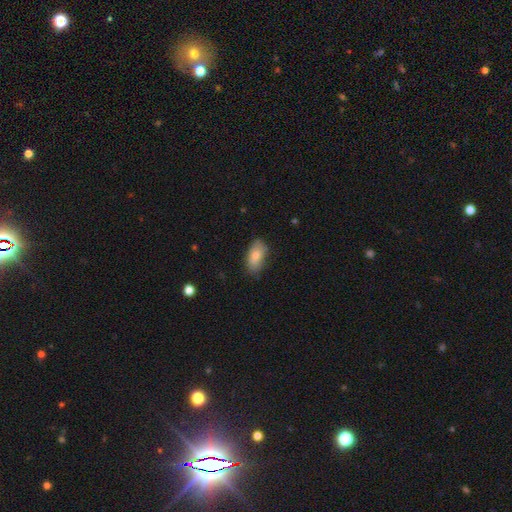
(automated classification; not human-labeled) A smooth galaxy with no disk features (79%) that is in between round and cigar-shaped (92%).

Vote fractions:
- Smooth or featured? smooth: 79% / featured or disk: 14% / star or artifact: 7%
- How rounded? in between: 92% / round: 4% / cigar-shaped: 4%
- Merging? none: 76% / minor disturbance: 19% / major disturbance: 3% / merger: 1%